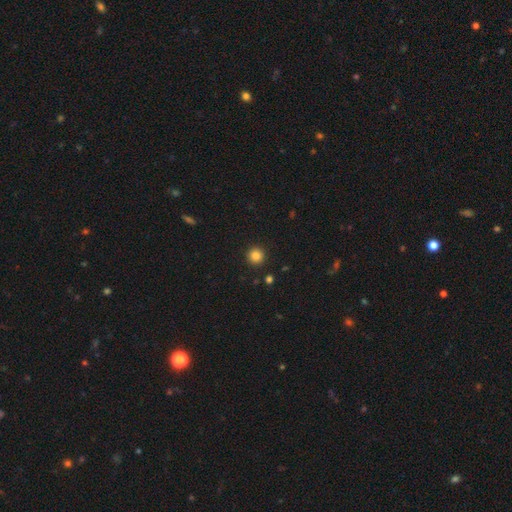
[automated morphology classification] type=smooth (84%); roundness=round (96%); merging=none (93%).